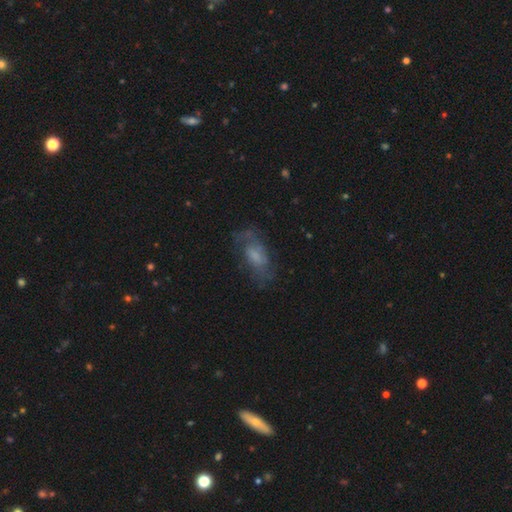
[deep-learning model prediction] This appears to be a featured or disk galaxy (55%) with no bar (59%), spiral arms (73%) and a moderate central bulge (32%). Merging: none (58%).